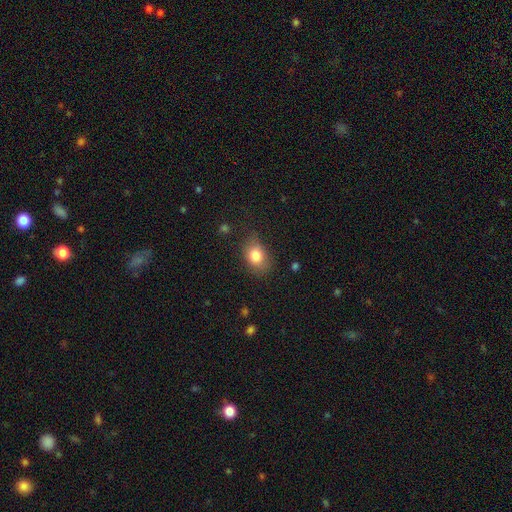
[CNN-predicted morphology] A smooth galaxy with no disk features (81%) that is in between round and cigar-shaped (61%). Merging: none (62%).